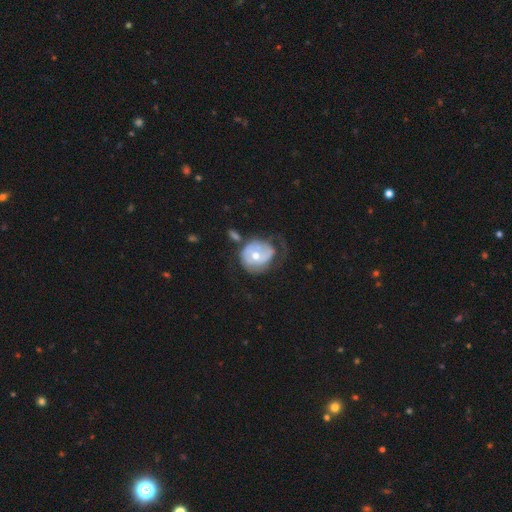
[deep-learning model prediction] Smooth or featured: featured or disk — 59% (smooth — 35%)
Edge-on disk: no — 97% (yes — 3%)
Bar: no — 77% (weak — 18%)
Spiral arms: yes — 56% (no — 44%)
Bulge size: moderate — 66% (small — 28%)
Merging: major disturbance — 33% (none — 32%)